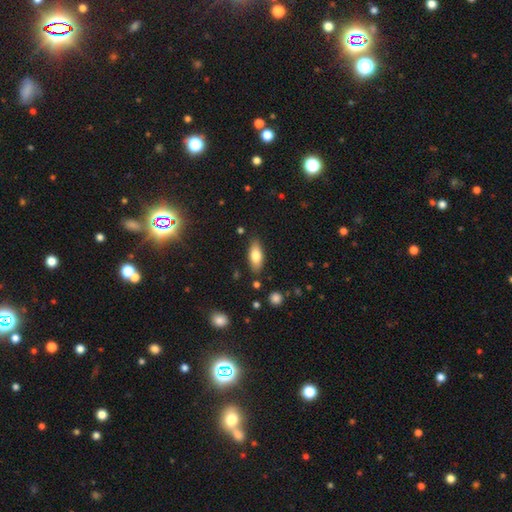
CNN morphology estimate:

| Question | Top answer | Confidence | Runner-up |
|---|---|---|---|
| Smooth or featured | smooth | 76% | featured or disk (17%) |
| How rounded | in between | 79% | cigar-shaped (19%) |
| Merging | none | 84% | minor disturbance (11%) |